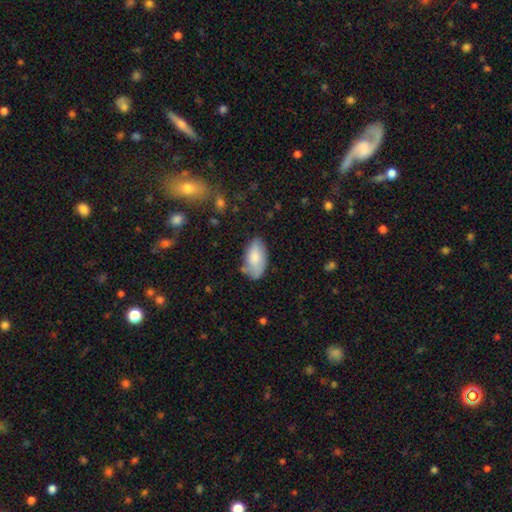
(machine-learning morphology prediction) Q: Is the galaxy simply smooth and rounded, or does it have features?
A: smooth — 80%.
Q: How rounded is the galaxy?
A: in between — 94%.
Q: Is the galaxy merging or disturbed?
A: none — 64%.